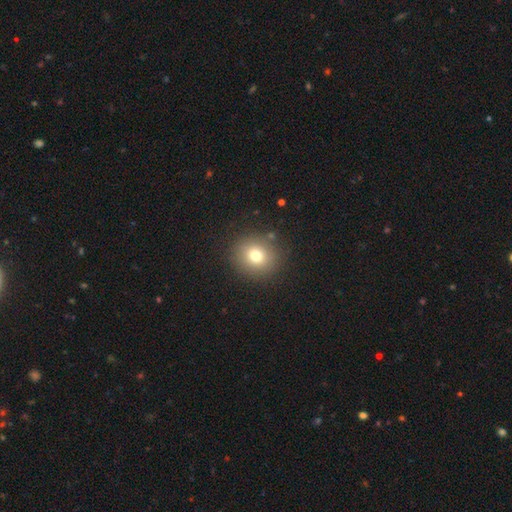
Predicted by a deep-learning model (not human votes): Smooth or featured: smooth — 76% (star or artifact — 13%)
How rounded: round — 84% (in between — 16%)
Merging: none — 87% (minor disturbance — 8%)